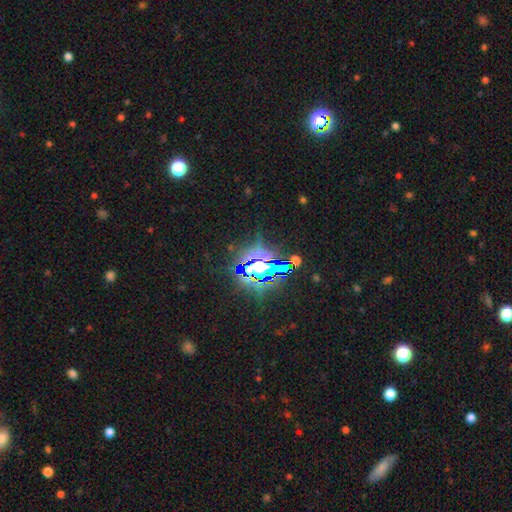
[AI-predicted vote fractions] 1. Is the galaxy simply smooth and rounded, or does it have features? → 82% star or artifact, 10% smooth, 8% featured or disk.